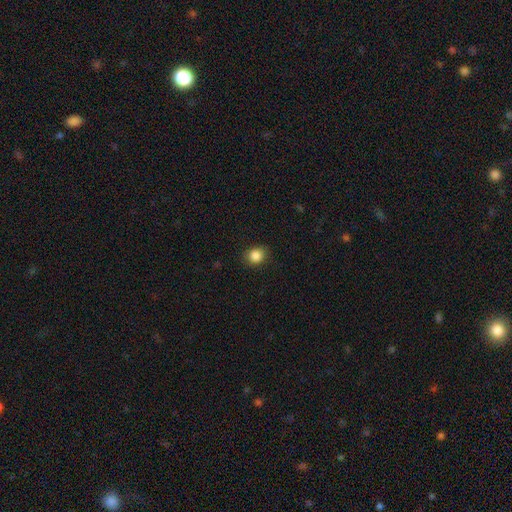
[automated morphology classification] This appears to be a smooth galaxy with no disk features (86%) that is round (69%). Merging: none (85%).